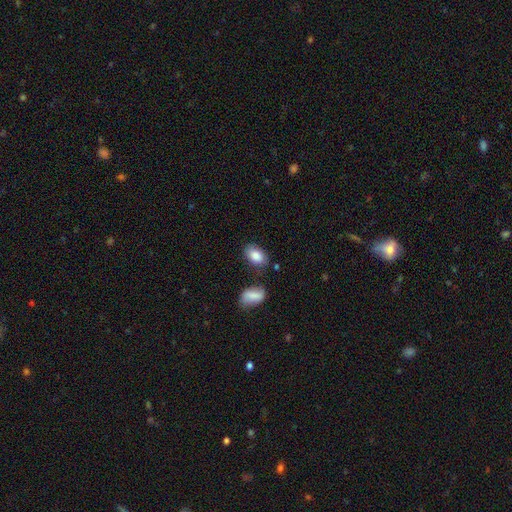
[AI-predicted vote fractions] smooth-or-featured: smooth: 85% | featured or disk: 8% | star or artifact: 7%
  how-rounded: in between: 90% | round: 9% | cigar-shaped: 1%
  merging: none: 72% | minor disturbance: 16% | merger: 8% | major disturbance: 4%